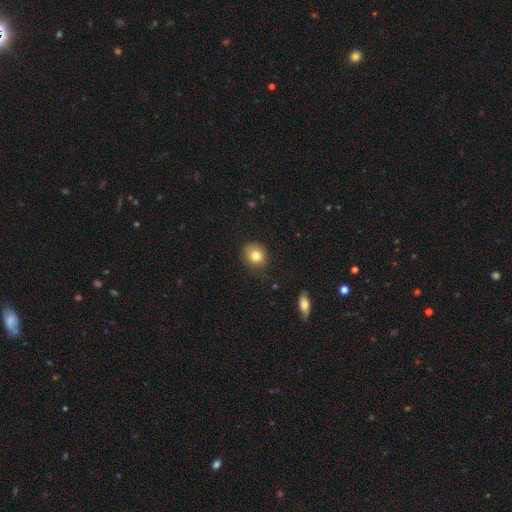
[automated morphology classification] A smooth galaxy with no disk features (80%) that is round (75%). Merging: none (74%).